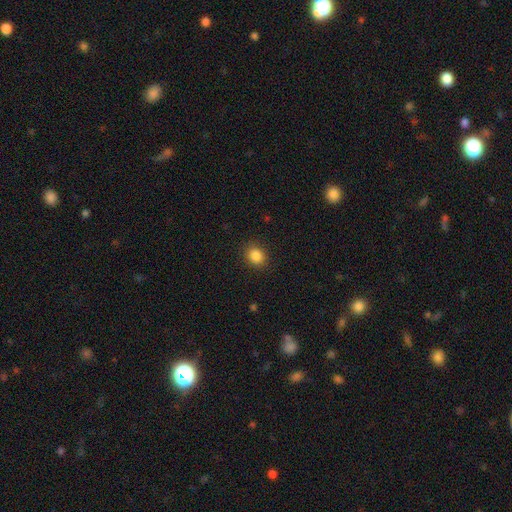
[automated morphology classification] smooth 86%, star or artifact 10%, featured or disk 4%. Down the decision tree: how rounded — round (60%); merging — none (88%).